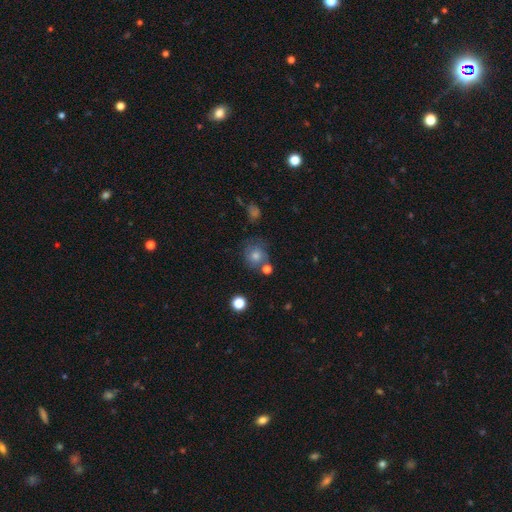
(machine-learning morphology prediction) Smooth or featured? Predicted: smooth (p=0.60). How rounded? Predicted: round (p=0.84). Merging? Predicted: none (p=0.65).